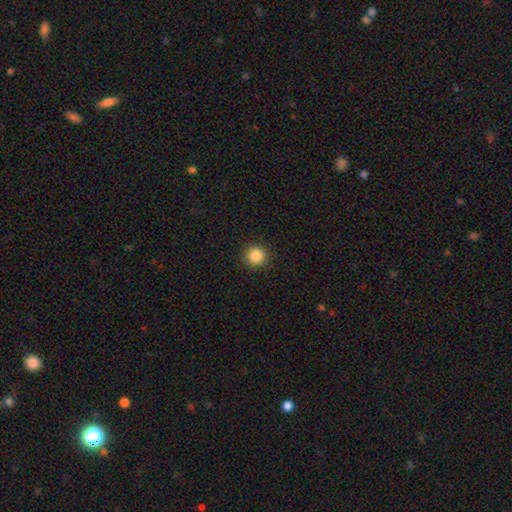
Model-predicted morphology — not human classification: Smooth or featured? Predicted: smooth (p=0.85). How rounded? Predicted: round (p=0.94). Merging? Predicted: none (p=0.92).